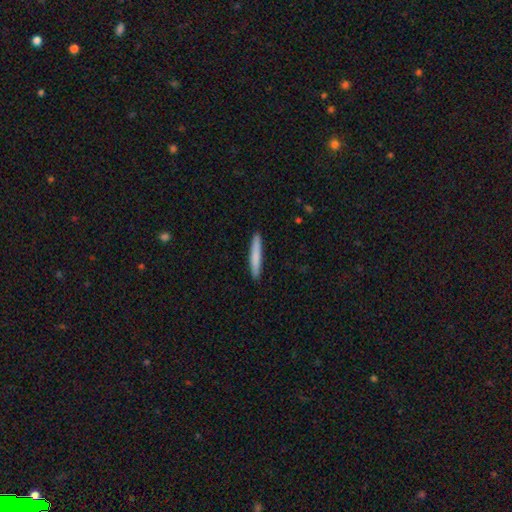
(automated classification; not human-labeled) Smooth or featured: smooth — 78% (featured or disk — 17%)
How rounded: cigar-shaped — 95% (in between — 3%)
Merging: none — 92% (minor disturbance — 6%)